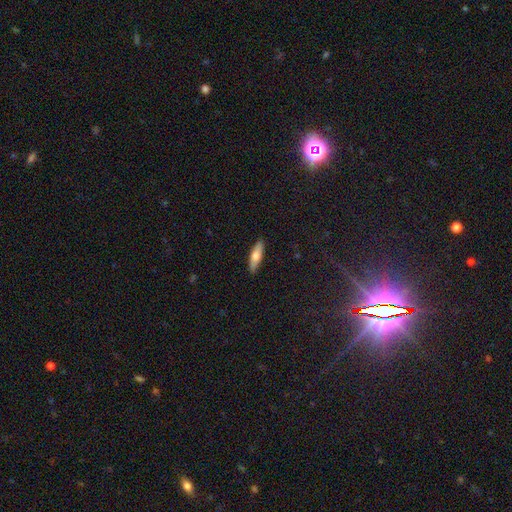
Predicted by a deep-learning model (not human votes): The model was most divided on "how rounded": cigar-shaped: 60%, in between: 38%, round: 2%. More confident: merging — none (89%); smooth or featured — smooth (65%).